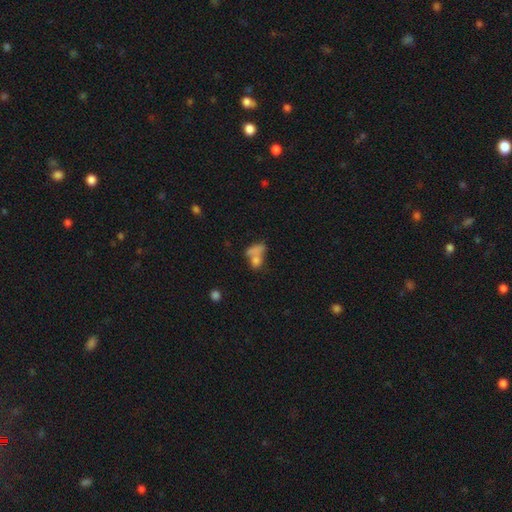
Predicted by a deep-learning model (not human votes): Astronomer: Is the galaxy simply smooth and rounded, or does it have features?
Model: smooth — 74%.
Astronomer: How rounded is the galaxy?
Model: in between — 66%.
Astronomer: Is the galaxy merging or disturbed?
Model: merger — 53%.